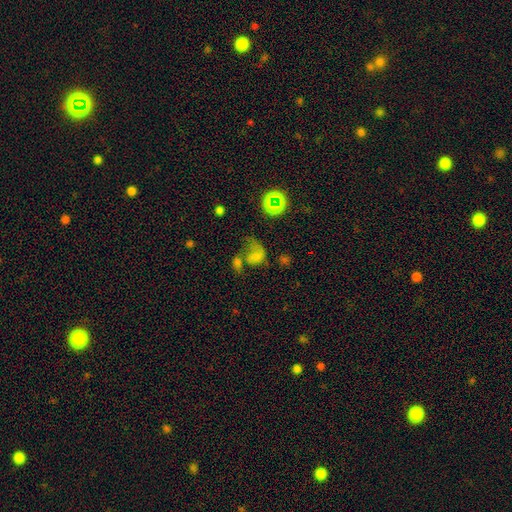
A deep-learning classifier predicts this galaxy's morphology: smooth_or_featured: smooth (p=0.48) [alt: star or artifact p=0.26]
merging: merger (p=0.38) [alt: major disturbance p=0.27]